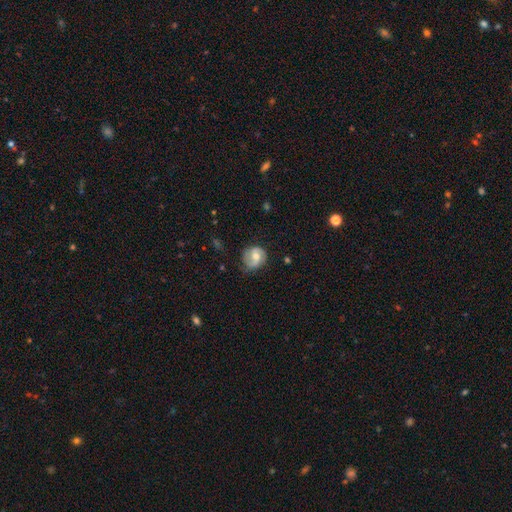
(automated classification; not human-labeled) Smooth or featured: featured or disk — 54% (smooth — 39%)
Edge-on disk: no — 97% (yes — 3%)
Bar: no — 45% (weak — 43%)
Spiral arms: yes — 83% (no — 17%)
Bulge size: moderate — 67% (small — 23%)
Merging: none — 68% (minor disturbance — 24%)